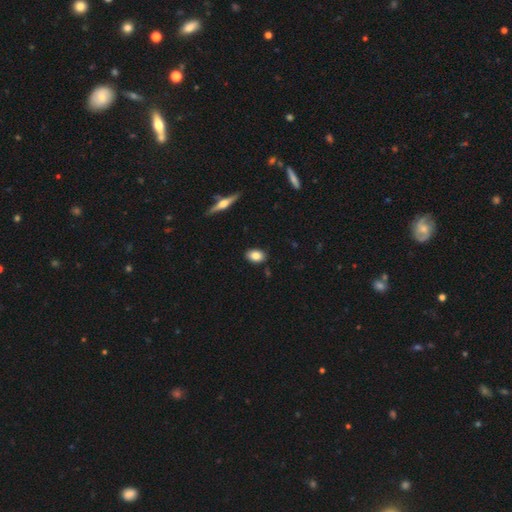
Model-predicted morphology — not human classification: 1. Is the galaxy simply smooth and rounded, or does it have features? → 84% smooth, 9% featured or disk, 7% star or artifact.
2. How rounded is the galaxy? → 84% in between, 13% round, 2% cigar-shaped.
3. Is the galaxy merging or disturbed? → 87% none, 9% minor disturbance, 2% major disturbance, 2% merger.